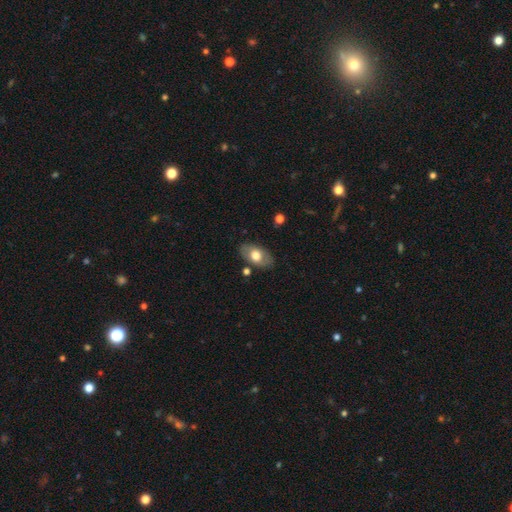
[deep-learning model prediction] This is likely a smooth galaxy (64%). How rounded: clearly in between (91%). Merging: clearly none (81%).